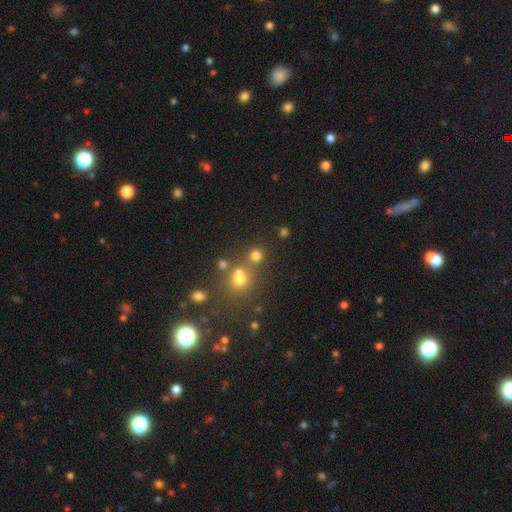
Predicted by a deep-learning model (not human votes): smooth-or-featured: smooth: 72% | star or artifact: 19% | featured or disk: 8%
  how-rounded: round: 88% | in between: 11% | cigar-shaped: 1%
  merging: none: 67% | merger: 21% | minor disturbance: 8% | major disturbance: 4%